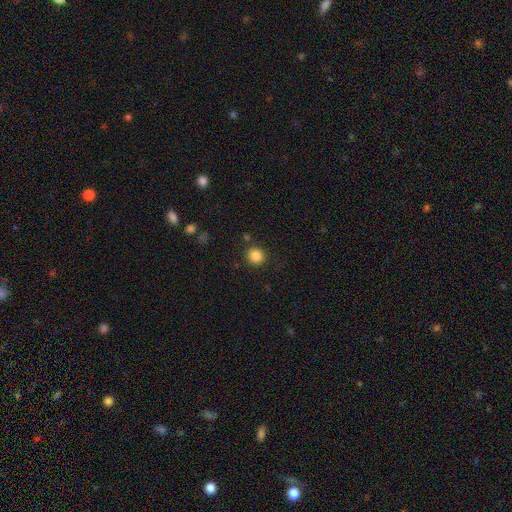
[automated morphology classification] Overall: smooth (85%). How rounded: round (92%). Merging: none (87%).